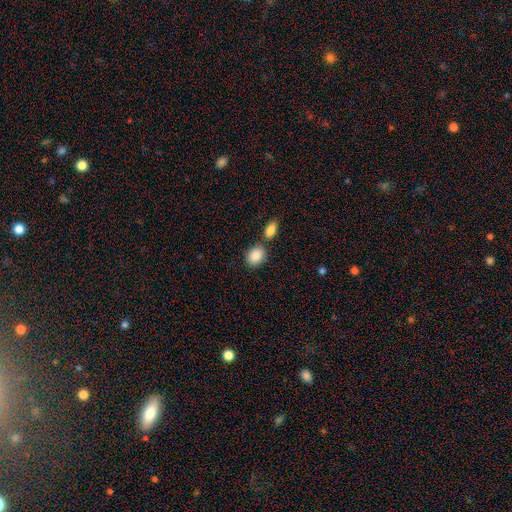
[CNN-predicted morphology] smooth-or-featured: smooth: 88% | star or artifact: 7% | featured or disk: 5%
  how-rounded: in between: 60% | round: 39% | cigar-shaped: 1%
  merging: none: 67% | merger: 19% | minor disturbance: 11% | major disturbance: 3%